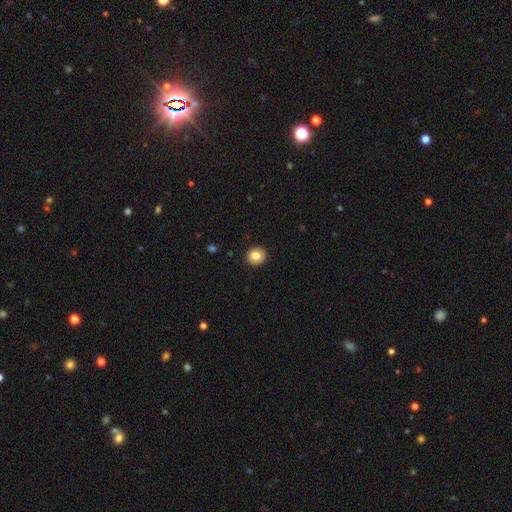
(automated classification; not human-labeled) This is clearly a smooth galaxy (82%). How rounded: clearly round (91%). Merging: clearly none (92%).